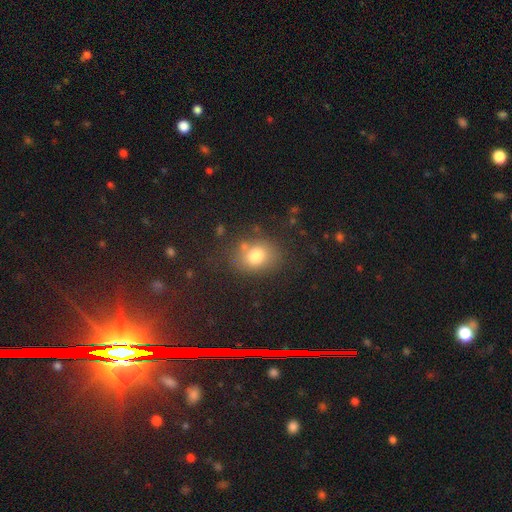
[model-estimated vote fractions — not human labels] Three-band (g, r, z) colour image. It shows a smooth galaxy with no disk features (77%) that is round (50%). Merging: none (71%).